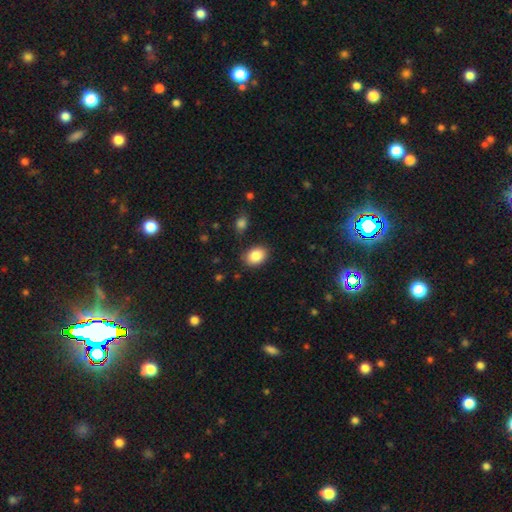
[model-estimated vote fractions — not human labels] This appears to be a smooth galaxy with no disk features (87%) that is in between round and cigar-shaped (69%). Merging: none (83%).